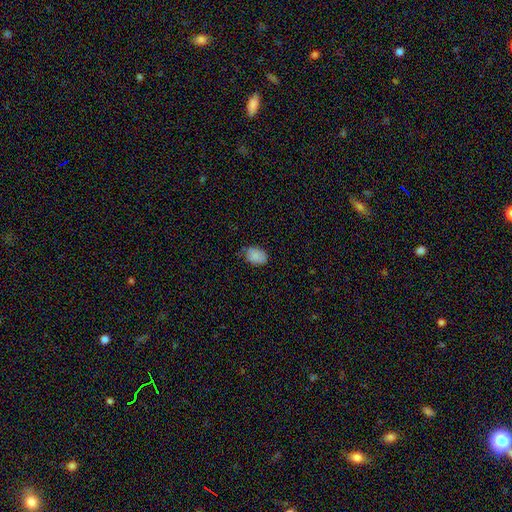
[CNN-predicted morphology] This is clearly a smooth galaxy (84%). How rounded: likely in between (78%). Merging: likely none (63%).